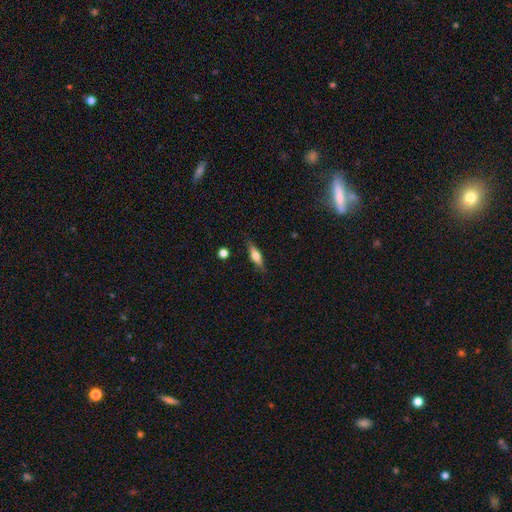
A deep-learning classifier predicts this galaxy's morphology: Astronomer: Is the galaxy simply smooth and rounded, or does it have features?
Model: featured or disk — 47% (runner-up: smooth, 46%).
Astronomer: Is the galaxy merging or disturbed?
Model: none — 84%.